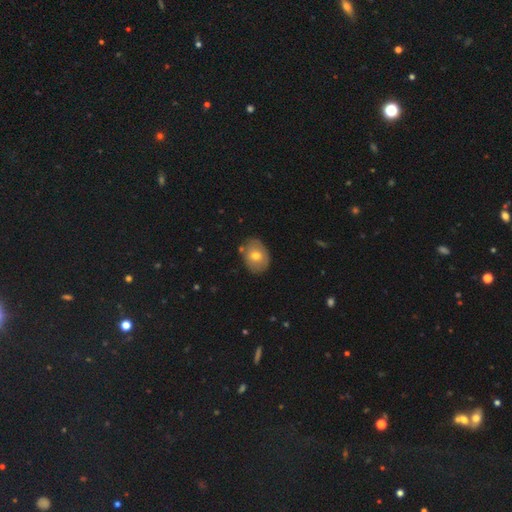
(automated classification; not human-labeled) Smooth or featured? smooth (66%)
How rounded? in between (64%)
Merging? none (78%)